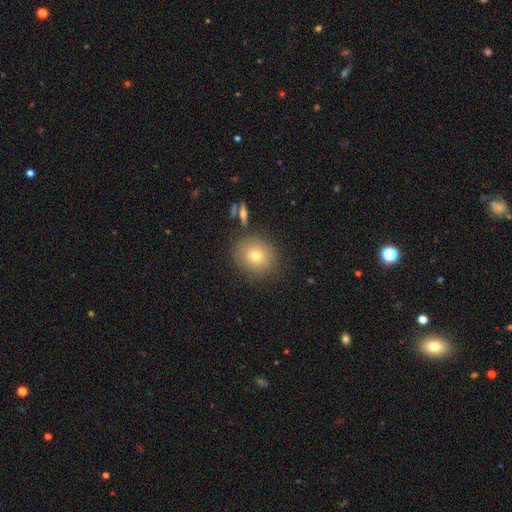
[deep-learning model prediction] The model was most divided on "smooth or featured": smooth: 74%, star or artifact: 13%, featured or disk: 13%. More confident: merging — none (83%); how rounded — round (81%).